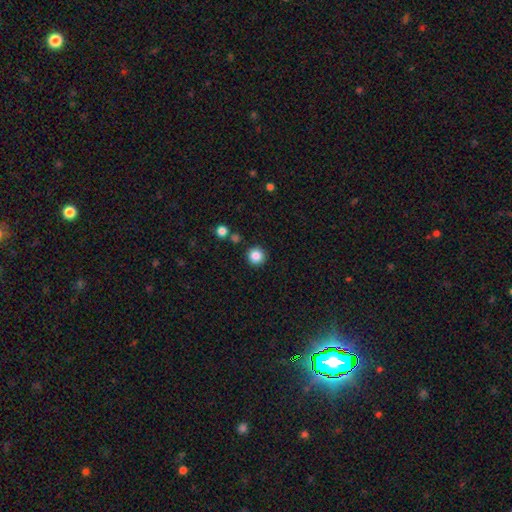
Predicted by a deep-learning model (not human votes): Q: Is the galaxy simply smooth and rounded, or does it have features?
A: smooth — 85%.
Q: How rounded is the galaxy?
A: round — 95%.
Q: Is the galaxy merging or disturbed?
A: none — 90%.